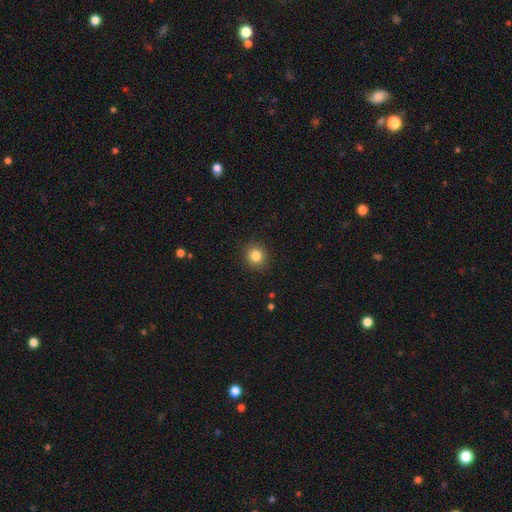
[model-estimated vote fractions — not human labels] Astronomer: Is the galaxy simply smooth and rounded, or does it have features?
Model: smooth — 84%.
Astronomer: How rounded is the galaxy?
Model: round — 90%.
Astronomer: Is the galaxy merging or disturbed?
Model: none — 91%.